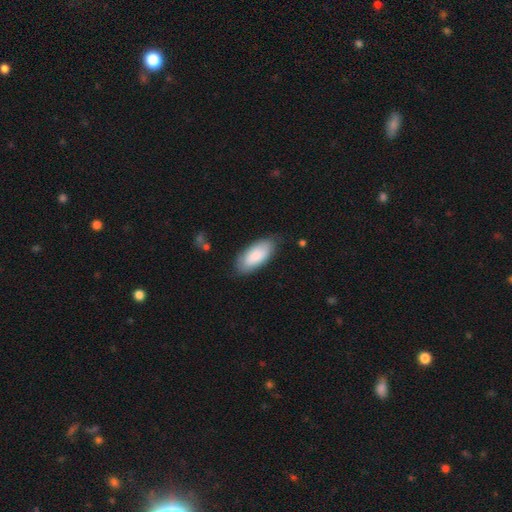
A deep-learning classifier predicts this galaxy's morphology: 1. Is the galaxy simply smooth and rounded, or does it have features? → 85% smooth, 10% featured or disk, 5% star or artifact.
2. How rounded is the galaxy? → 90% in between, 8% cigar-shaped, 2% round.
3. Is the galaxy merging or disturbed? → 78% none, 17% minor disturbance, 3% major disturbance, 1% merger.